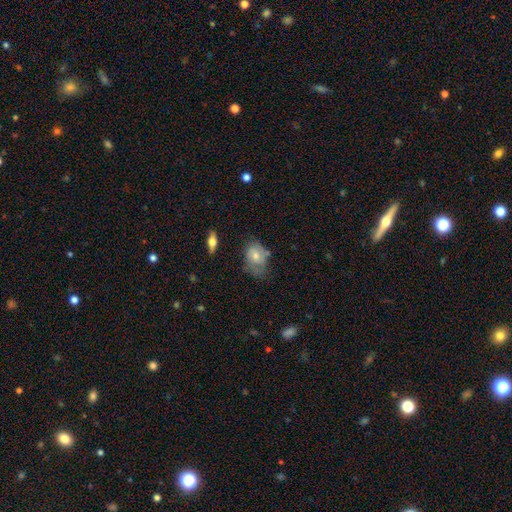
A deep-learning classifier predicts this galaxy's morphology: smooth 53%, featured or disk 39%, star or artifact 8%. Down the decision tree: how rounded — in between (74%); merging — none (48%).